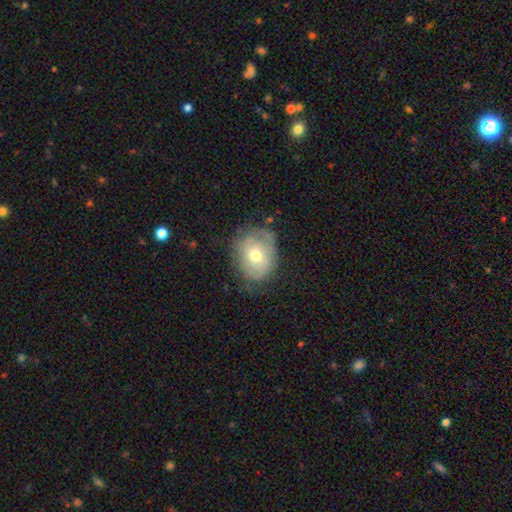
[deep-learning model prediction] Morphology: type=smooth (58%); roundness=round (54%); merging=none (58%).